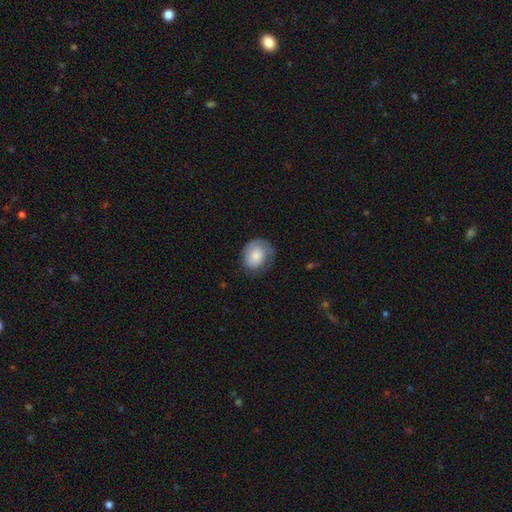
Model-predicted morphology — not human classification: smooth_or_featured: smooth (p=0.66) [alt: featured or disk p=0.28]
how_rounded: round (p=0.61) [alt: in between p=0.38]
merging: none (p=0.58) [alt: minor disturbance p=0.27]